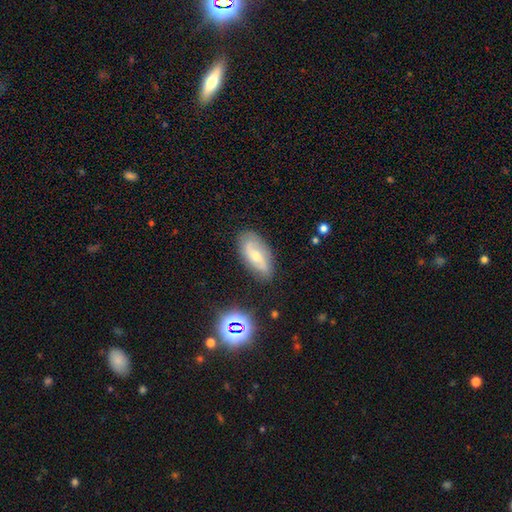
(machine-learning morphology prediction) smooth_or_featured: featured or disk (p=0.62) [alt: smooth p=0.29]
disk_edge_on: no (p=0.90) [alt: yes p=0.10]
bar: no (p=0.46) [alt: weak p=0.38]
has_spiral_arms: yes (p=0.83) [alt: no p=0.17]
bulge_size: moderate (p=0.48) [alt: small p=0.47]
merging: none (p=0.79) [alt: minor disturbance p=0.15]